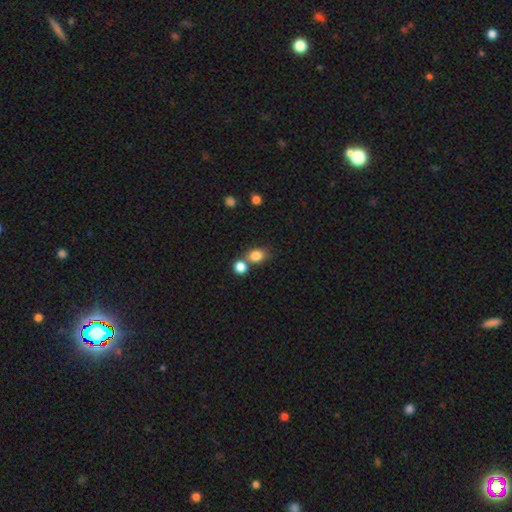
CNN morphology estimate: Smooth or featured: smooth — 83% (star or artifact — 11%)
How rounded: in between — 50% (round — 49%)
Merging: none — 53% (merger — 32%)